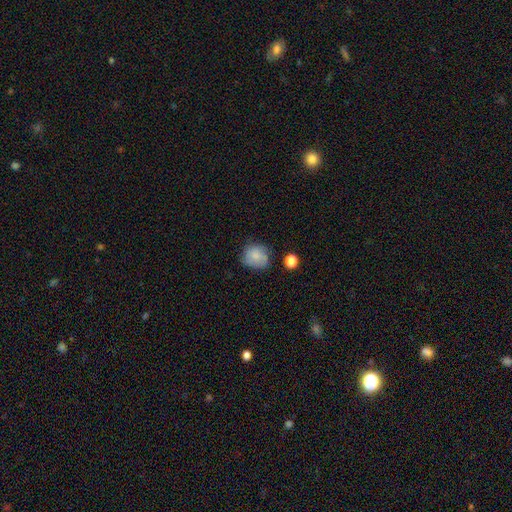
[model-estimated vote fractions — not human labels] Q: Smooth or featured?
A: smooth (75%); runner-up: featured or disk (16%)
Q: How rounded?
A: round (71%); runner-up: in between (28%)
Q: Merging?
A: none (62%); runner-up: minor disturbance (26%)